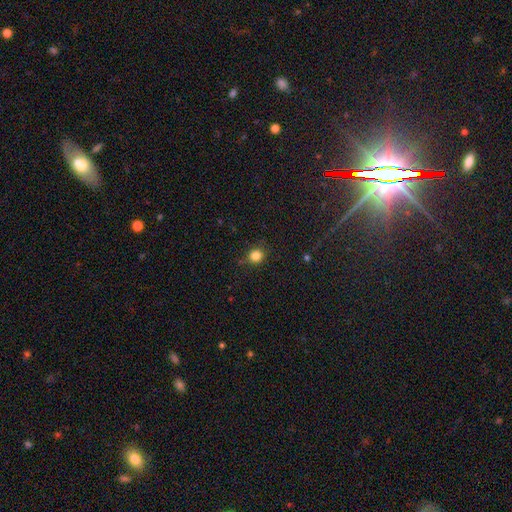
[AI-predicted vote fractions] smooth 83%, star or artifact 13%, featured or disk 5%. Down the decision tree: how rounded — round (87%); merging — none (83%).